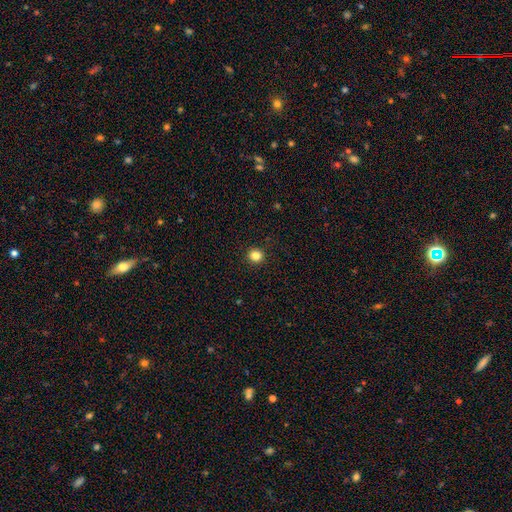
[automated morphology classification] A smooth galaxy with no disk features (84%) that is round (91%).

Vote fractions:
- Smooth or featured? smooth: 84% / star or artifact: 12% / featured or disk: 4%
- How rounded? round: 91% / in between: 8% / cigar-shaped: 1%
- Merging? none: 93% / minor disturbance: 5% / major disturbance: 2% / merger: 1%